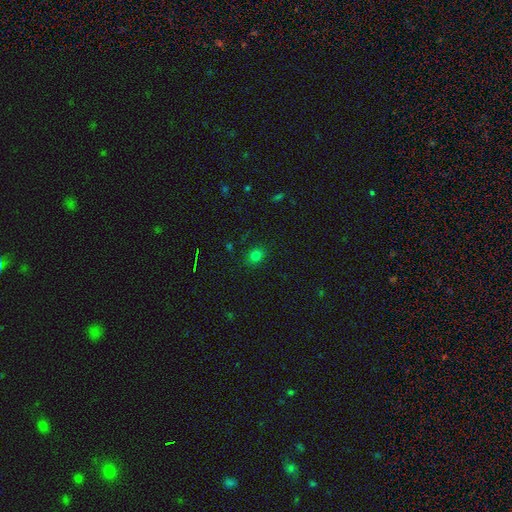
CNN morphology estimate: type=smooth (75%); roundness=round (64%); merging=none (85%).